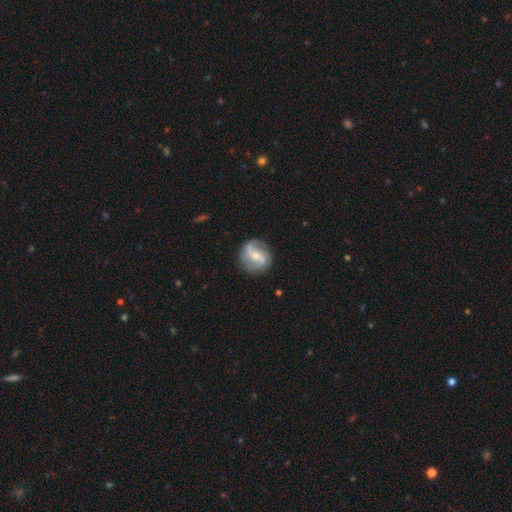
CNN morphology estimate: Smooth or featured: featured or disk — 83% (smooth — 12%)
Edge-on disk: no — 97% (yes — 3%)
Bar: weak — 40% (strong — 36%)
Spiral arms: yes — 94% (no — 6%)
Spiral winding: loose — 48% (medium — 38%)
Spiral arm count: 2 — 90% (can't tell — 4%)
Bulge size: moderate — 48% (tied with small — 48%)
Merging: none — 84% (minor disturbance — 11%)